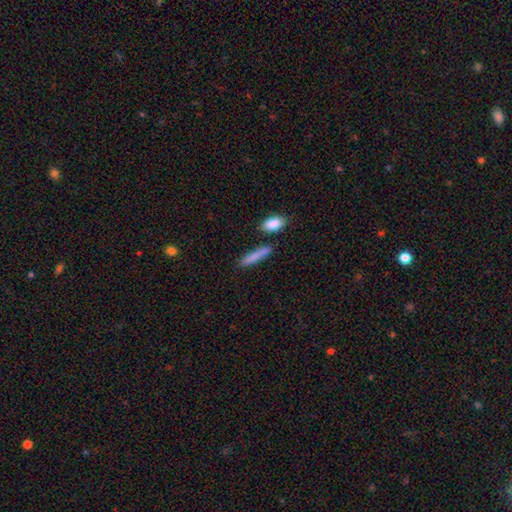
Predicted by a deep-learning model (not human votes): smooth_or_featured: smooth (p=0.82) [alt: featured or disk p=0.12]
how_rounded: cigar-shaped (p=0.83) [alt: in between p=0.14]
merging: none (p=0.78) [alt: minor disturbance p=0.11]